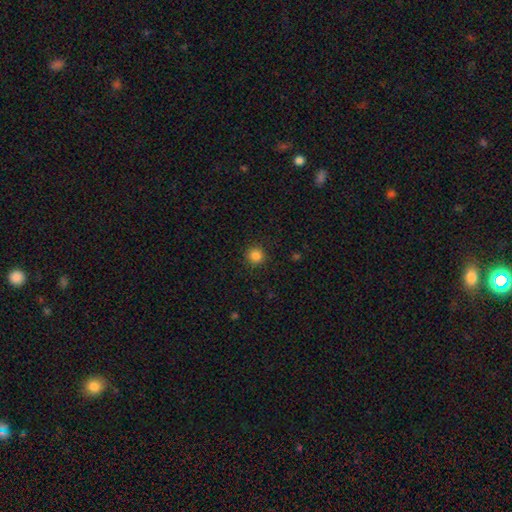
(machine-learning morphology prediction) type=smooth (85%); roundness=round (94%); merging=none (91%).